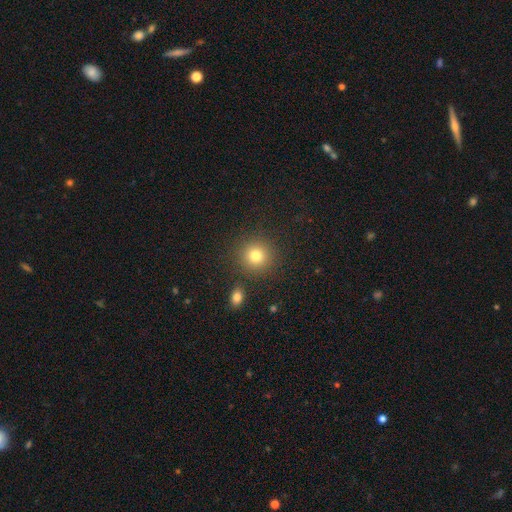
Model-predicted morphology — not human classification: A smooth galaxy with no disk features (80%) that is round (92%). Merging: none (87%).